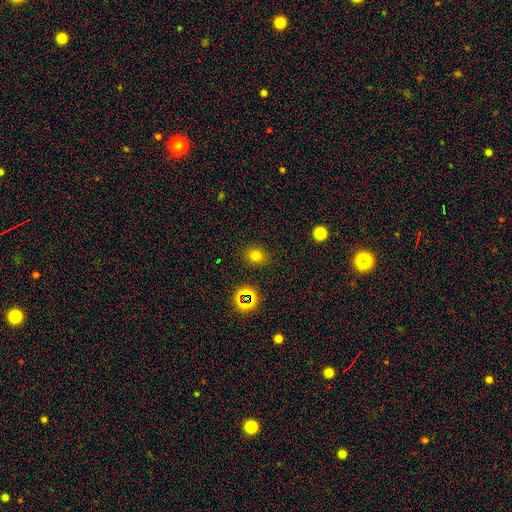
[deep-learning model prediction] Smooth or featured?
  - smooth: 74% *
  - star or artifact: 19%
  - featured or disk: 7%
How rounded?
  - round: 62% *
  - in between: 37%
  - cigar-shaped: 1%
Merging?
  - none: 87% *
  - minor disturbance: 9%
  - major disturbance: 3%
  - merger: 1%